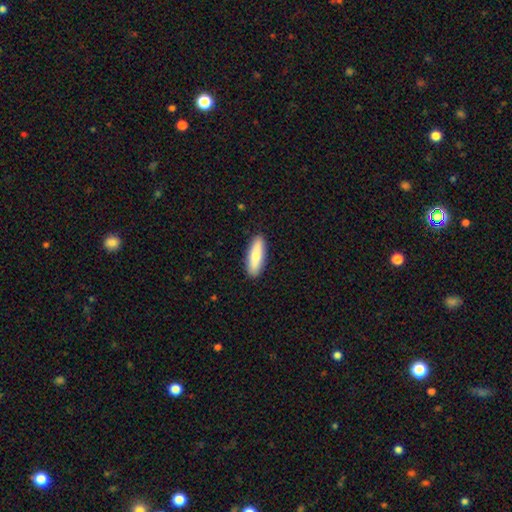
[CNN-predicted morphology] type=smooth (78%); roundness=cigar-shaped (50%); merging=none (90%).